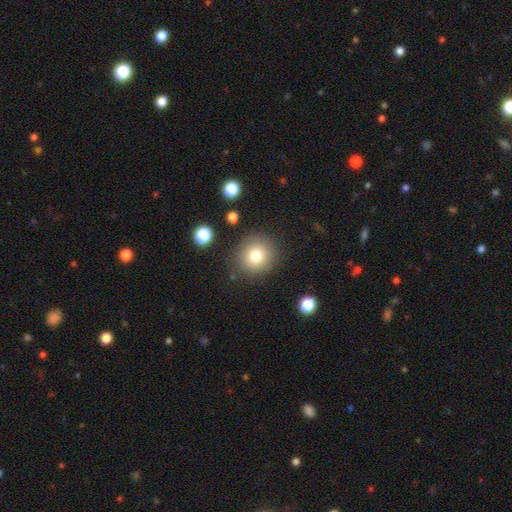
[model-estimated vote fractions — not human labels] This appears to be a smooth galaxy with no disk features (77%) that is round (90%). Merging: none (86%).